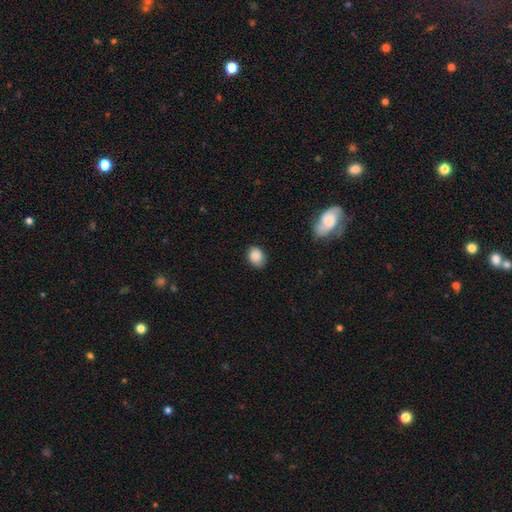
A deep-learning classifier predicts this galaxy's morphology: smooth 86%, star or artifact 9%, featured or disk 5%. Down the decision tree: how rounded — in between (66%); merging — none (79%).